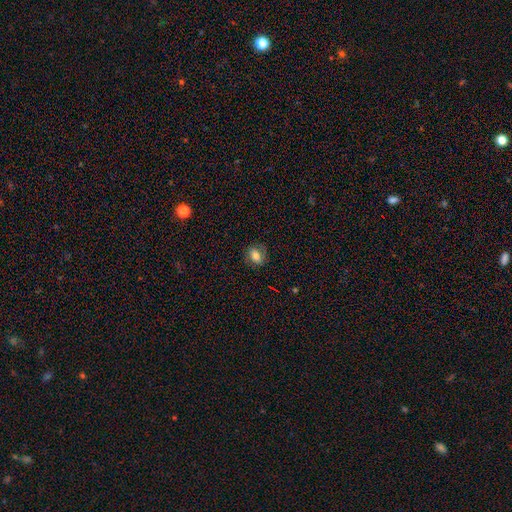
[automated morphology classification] The model was most divided on "how rounded": in between: 50%, round: 48%, cigar-shaped: 2%. More confident: merging — none (77%); smooth or featured — smooth (64%).